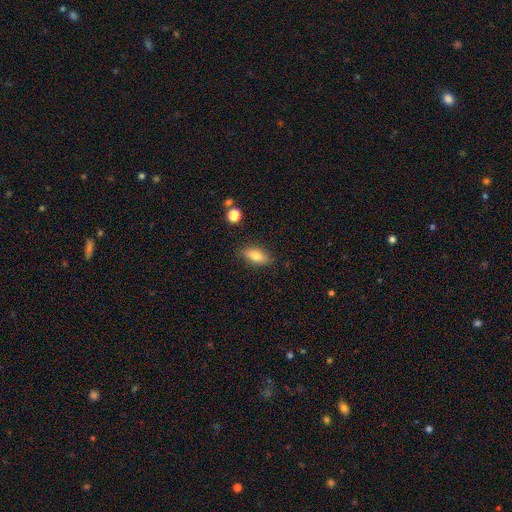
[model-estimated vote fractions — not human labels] Smooth or featured?
  - smooth: 70% *
  - featured or disk: 22%
  - star or artifact: 8%
How rounded?
  - in between: 75% *
  - cigar-shaped: 21%
  - round: 4%
Merging?
  - none: 84% *
  - minor disturbance: 12%
  - major disturbance: 3%
  - merger: 2%